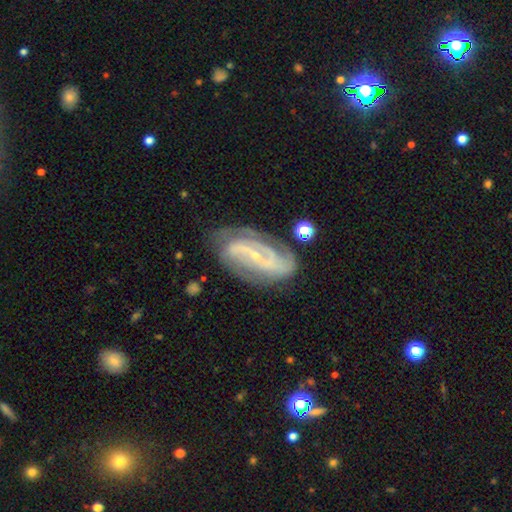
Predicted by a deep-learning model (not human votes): This is clearly a featured or disk galaxy (86%). It is clearly not viewed edge-on (95%). Bar: marginally strong (43%). Spiral arm pattern: clearly yes (96%). Spiral arm count: likely 2 (69%). Spiral winding: marginally medium (44%). Central bulge: clearly small (80%). Merging: likely none (73%).